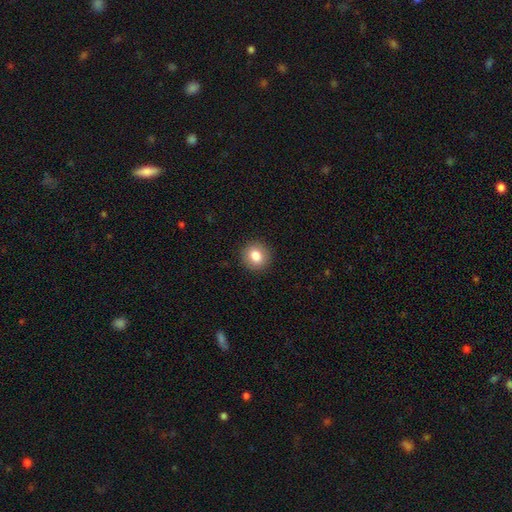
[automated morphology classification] Smooth or featured? smooth (82%)
How rounded? round (88%)
Merging? none (91%)